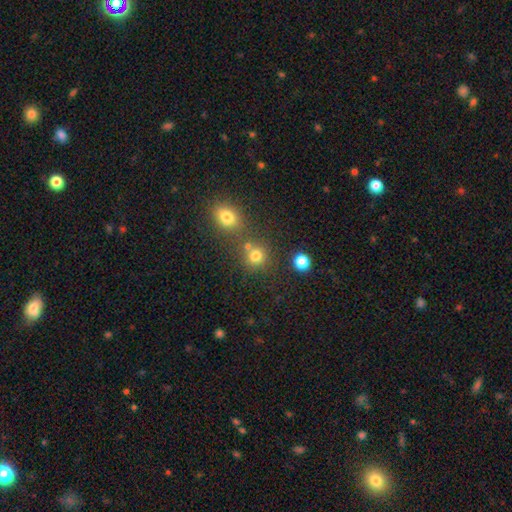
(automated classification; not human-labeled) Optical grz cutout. It shows a smooth galaxy with no disk features (78%) that is round (87%). Merging: none (65%).